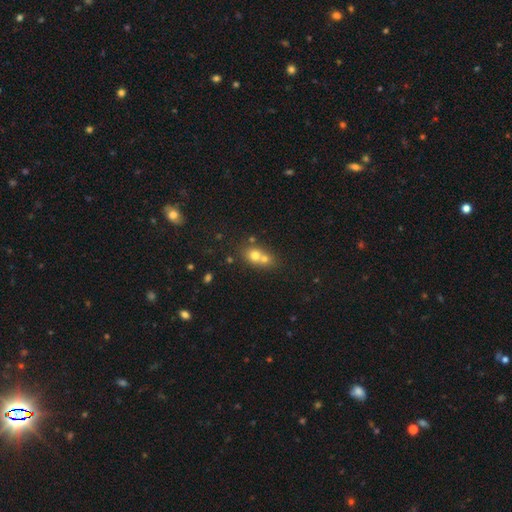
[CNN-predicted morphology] Smooth or featured: smooth — 66% (featured or disk — 18%)
How rounded: round — 68% (in between — 30%)
Merging: merger — 60% (none — 31%)